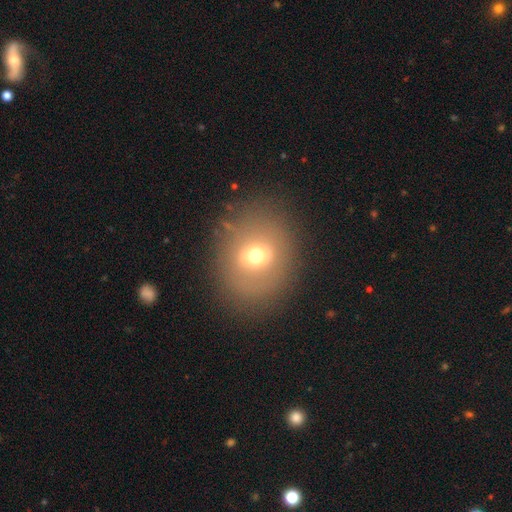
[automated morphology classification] smooth 58%, featured or disk 29%, star or artifact 14%. Down the decision tree: how rounded — round (64%); merging — none (82%).